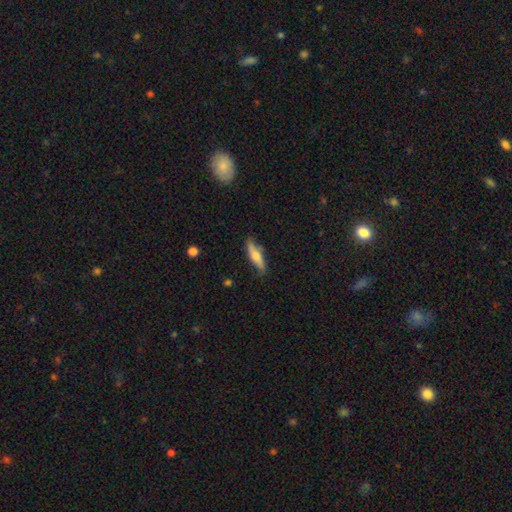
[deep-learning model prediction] smooth-or-featured: smooth: 57% | featured or disk: 36% | star or artifact: 6%
  how-rounded: cigar-shaped: 67% | in between: 30% | round: 2%
  merging: none: 76% | minor disturbance: 19% | major disturbance: 3% | merger: 2%